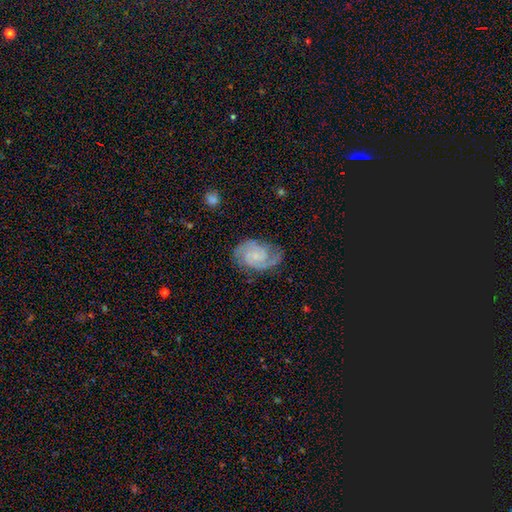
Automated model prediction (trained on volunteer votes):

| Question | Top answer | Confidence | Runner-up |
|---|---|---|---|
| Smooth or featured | featured or disk | 85% | smooth (10%) |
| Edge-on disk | no | 98% | yes (2%) |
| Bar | no | 58% | weak (36%) |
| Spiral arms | yes | 97% | no (3%) |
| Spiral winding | tight | 48% | medium (43%) |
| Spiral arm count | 2 | 85% | can't tell (5%) |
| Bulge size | small | 59% | none (23%) |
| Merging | none | 76% | minor disturbance (17%) |